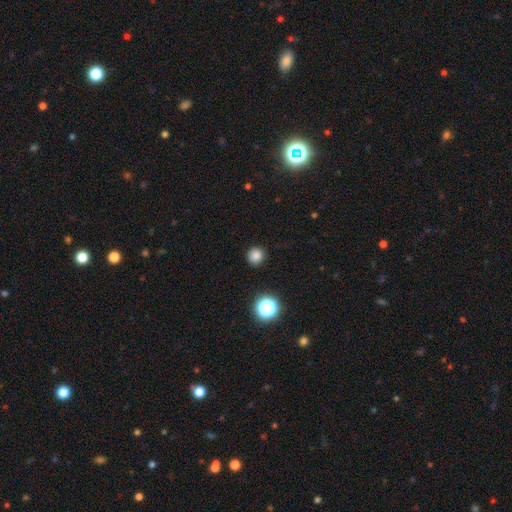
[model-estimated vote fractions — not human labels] Overall: smooth (82%). How rounded: round (94%). Merging: none (91%).